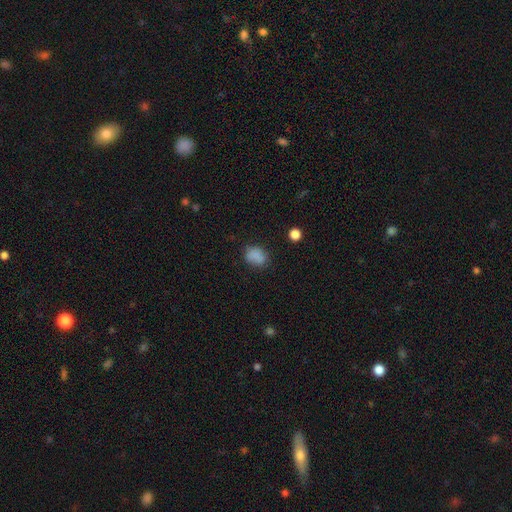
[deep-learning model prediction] smooth 81%, star or artifact 12%, featured or disk 7%. Down the decision tree: how rounded — in between (63%); merging — none (67%).